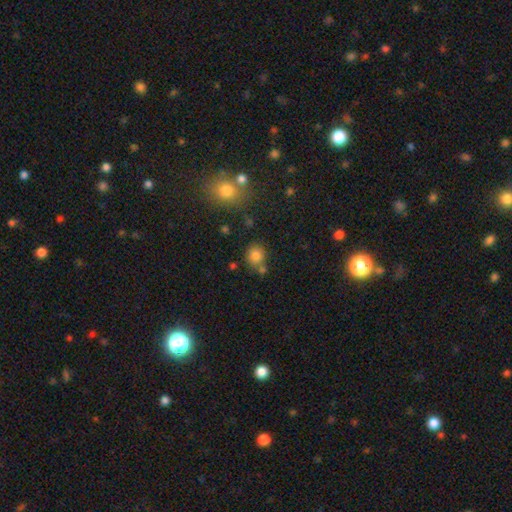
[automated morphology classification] This appears to be a smooth galaxy with no disk features (79%) that is round (81%). Merging: none (66%).